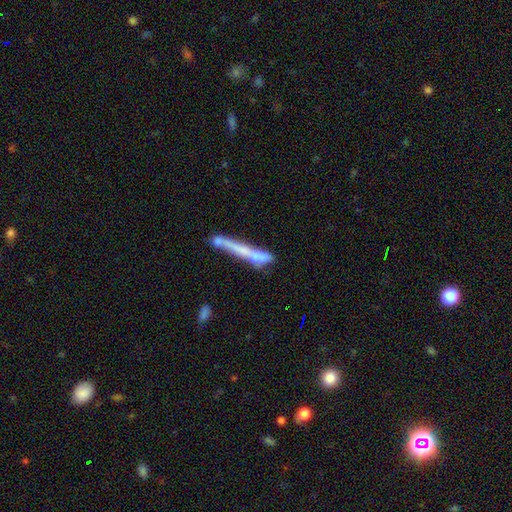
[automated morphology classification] smooth-or-featured: smooth: 45% | featured or disk: 44% | star or artifact: 11%
  merging: none: 53% | merger: 20% | minor disturbance: 17% | major disturbance: 10%